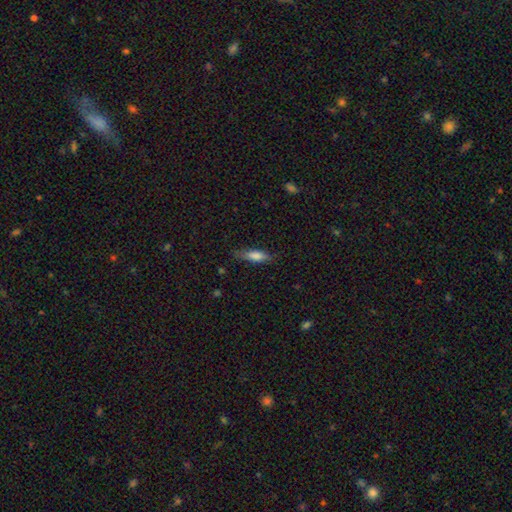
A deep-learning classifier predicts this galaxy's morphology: smooth 76%, featured or disk 17%, star or artifact 7%. Down the decision tree: how rounded — cigar-shaped (50%); merging — none (73%).